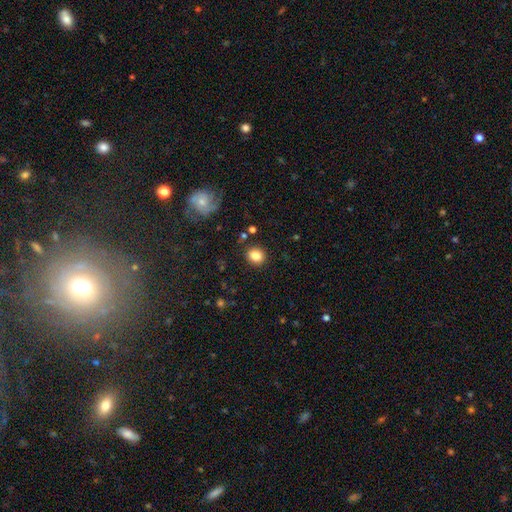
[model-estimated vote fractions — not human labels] smooth_or_featured: smooth (p=0.84) [alt: star or artifact p=0.09]
how_rounded: round (p=0.73) [alt: in between p=0.26]
merging: none (p=0.87) [alt: minor disturbance p=0.08]